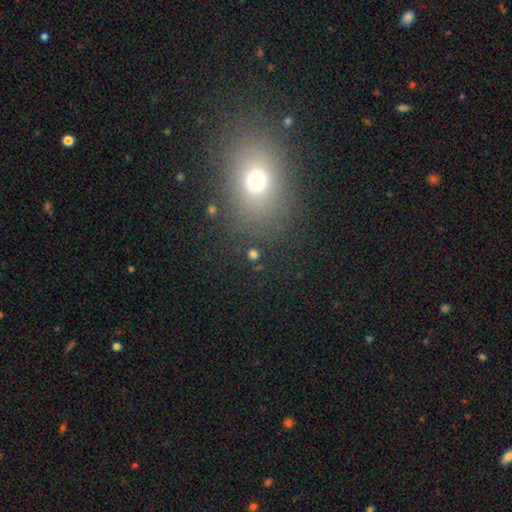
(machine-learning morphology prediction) The model was most divided on "how rounded": in between: 61%, round: 37%, cigar-shaped: 2%. More confident: merging — none (84%); smooth or featured — smooth (66%).